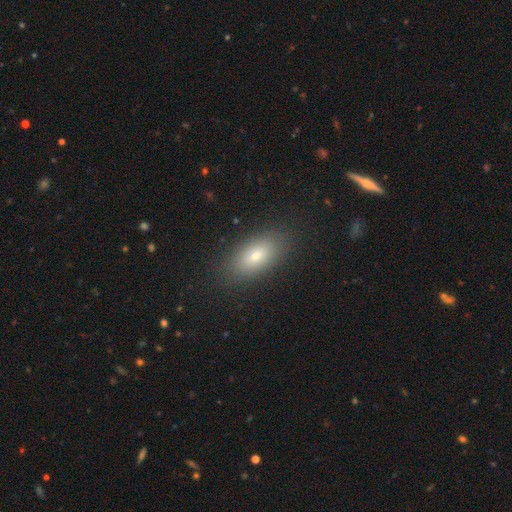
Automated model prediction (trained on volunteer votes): The model was most divided on "smooth or featured": smooth: 73%, featured or disk: 17%, star or artifact: 10%. More confident: merging — none (87%); how rounded — in between (84%).